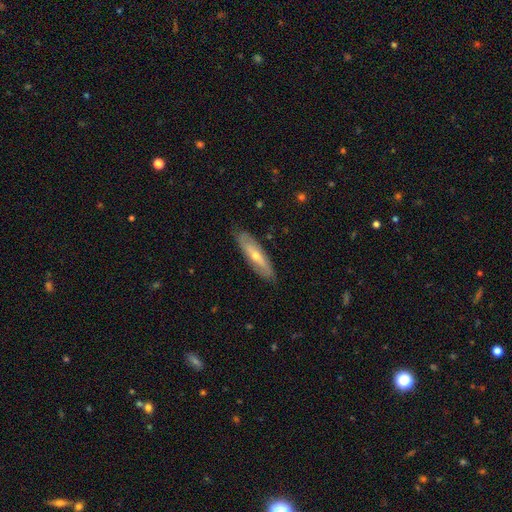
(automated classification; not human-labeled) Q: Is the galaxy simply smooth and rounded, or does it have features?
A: featured or disk — 56%.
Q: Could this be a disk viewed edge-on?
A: no — 54%.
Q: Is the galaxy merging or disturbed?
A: none — 85%.